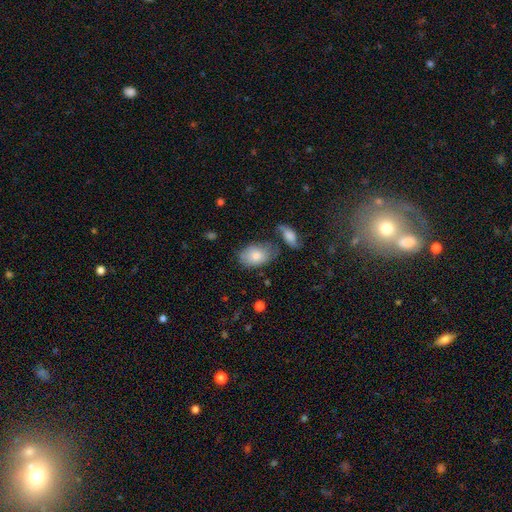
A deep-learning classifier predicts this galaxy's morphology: Smooth or featured? Predicted: smooth (p=0.79). How rounded? Predicted: in between (p=0.90). Merging? Predicted: none (p=0.57).